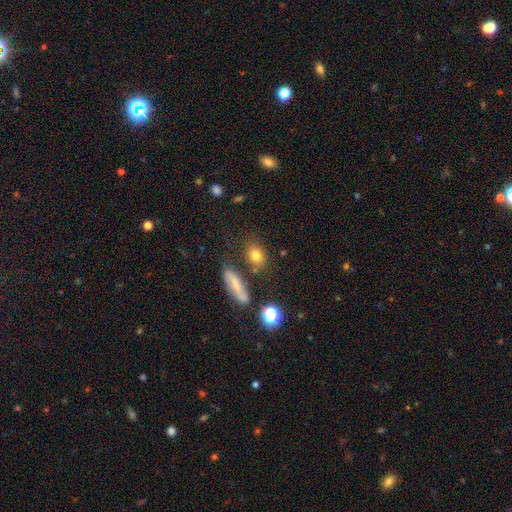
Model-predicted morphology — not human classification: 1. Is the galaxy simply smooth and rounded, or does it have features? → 77% smooth, 13% star or artifact, 11% featured or disk.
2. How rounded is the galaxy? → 53% in between, 41% round, 6% cigar-shaped.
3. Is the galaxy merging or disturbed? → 72% none, 14% minor disturbance, 9% merger, 5% major disturbance.